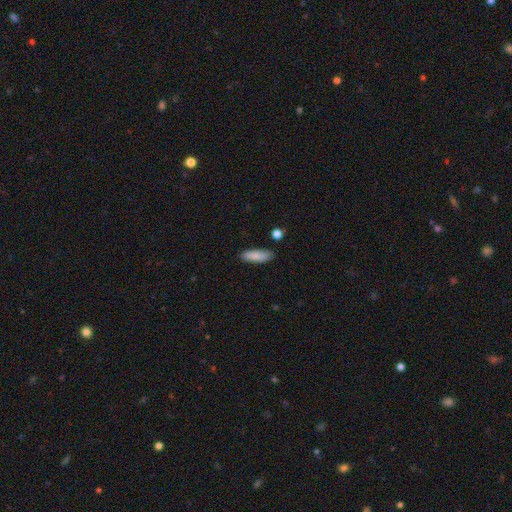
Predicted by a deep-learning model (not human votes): This appears to be a smooth galaxy with no disk features (84%) that is in between round and cigar-shaped (57%). Merging: none (84%).